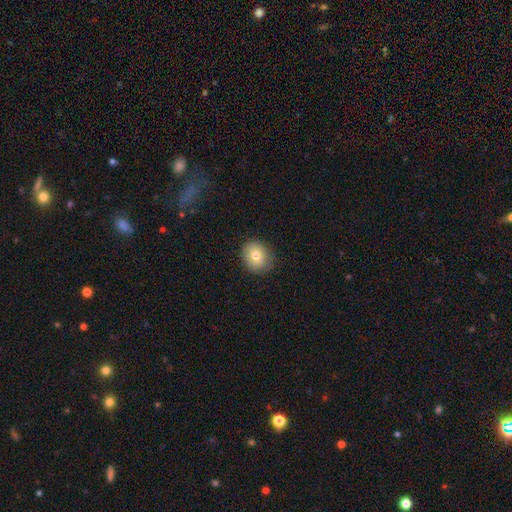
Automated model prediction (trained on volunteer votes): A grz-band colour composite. It shows a smooth galaxy with no disk features (80%) that is round (65%). Merging: none (85%).